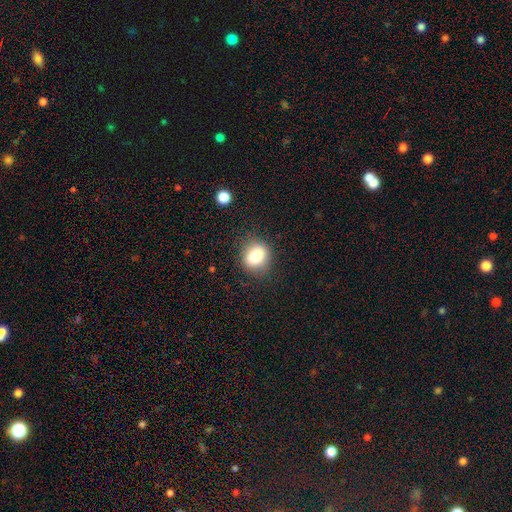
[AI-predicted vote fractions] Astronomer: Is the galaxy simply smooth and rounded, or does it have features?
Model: smooth — 82%.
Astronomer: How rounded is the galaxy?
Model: round — 60% (runner-up: in between, 39%).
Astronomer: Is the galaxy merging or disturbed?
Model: none — 81%.